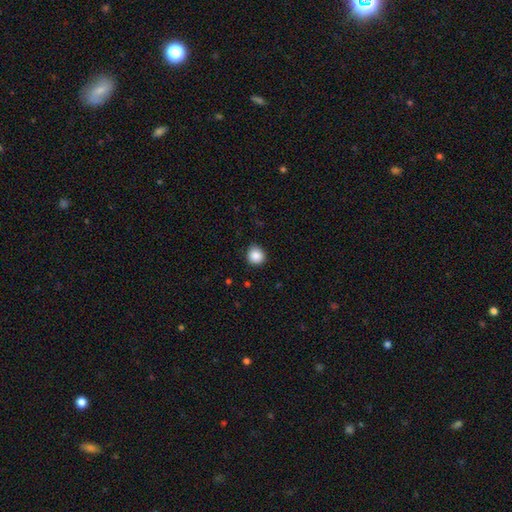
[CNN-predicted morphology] Overall: smooth (87%). How rounded: round (91%). Merging: none (88%).